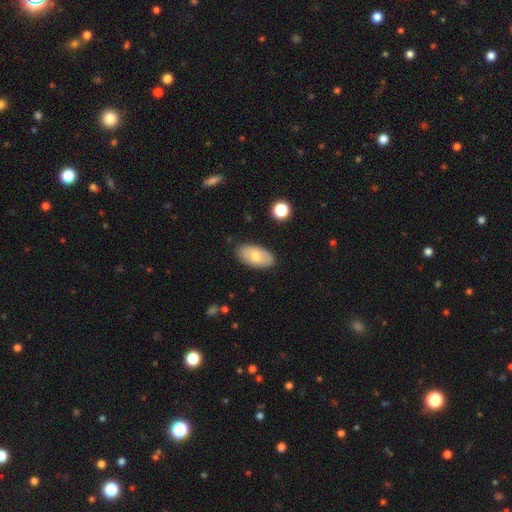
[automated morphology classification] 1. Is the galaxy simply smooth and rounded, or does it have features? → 71% smooth, 23% featured or disk, 6% star or artifact.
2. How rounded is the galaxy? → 94% in between, 3% round, 3% cigar-shaped.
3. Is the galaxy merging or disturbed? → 85% none, 11% minor disturbance, 2% major disturbance, 1% merger.